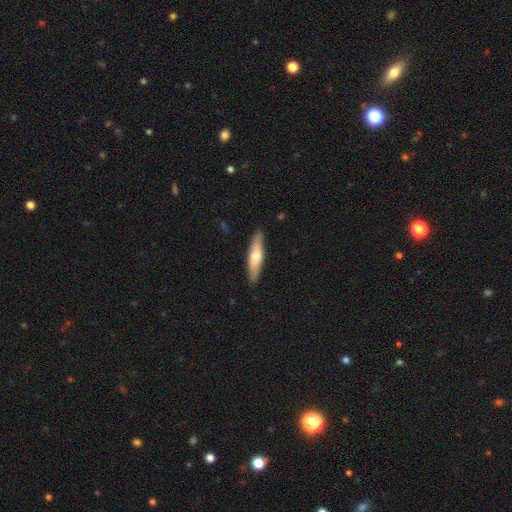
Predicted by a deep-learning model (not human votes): Overall: smooth (56%; featured or disk 39%). How rounded: cigar-shaped (75%). Merging: none (89%).